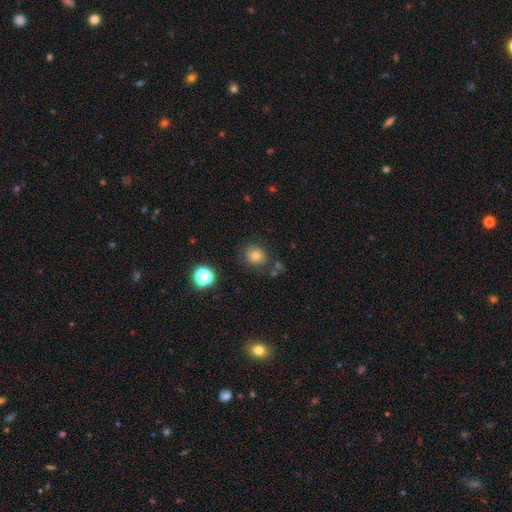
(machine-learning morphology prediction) The model was most divided on "how rounded": round: 78%, in between: 21%, cigar-shaped: 1%. More confident: smooth or featured — smooth (76%); merging — none (76%).